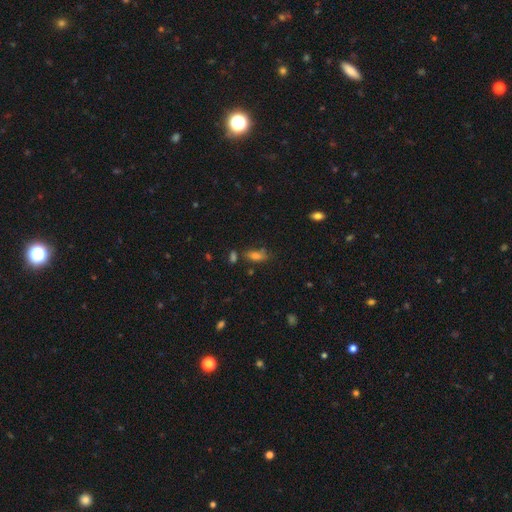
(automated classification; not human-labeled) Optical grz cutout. It shows a smooth galaxy with no disk features (62%) that is in between round and cigar-shaped (79%). Merging: none (60%).